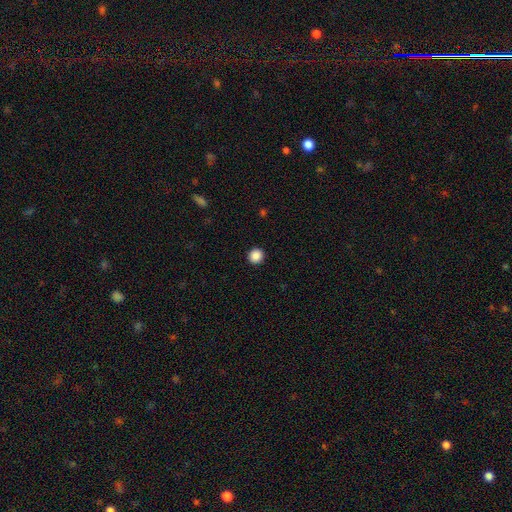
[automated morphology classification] Q: Smooth or featured?
A: smooth (88%); runner-up: star or artifact (9%)
Q: How rounded?
A: round (94%); runner-up: in between (5%)
Q: Merging?
A: none (93%); runner-up: minor disturbance (4%)